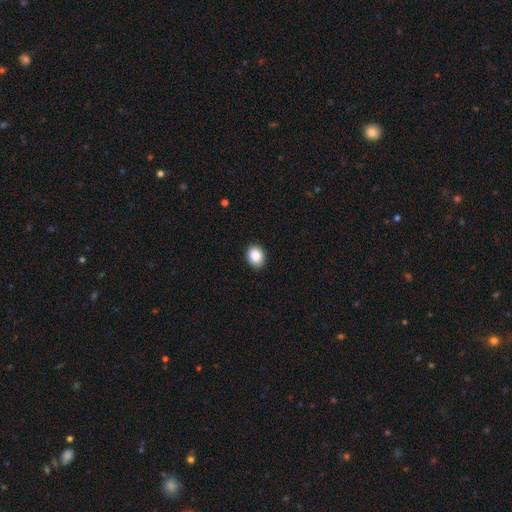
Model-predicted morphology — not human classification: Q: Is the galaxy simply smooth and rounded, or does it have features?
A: smooth — 88%.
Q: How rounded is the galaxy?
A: in between — 56%.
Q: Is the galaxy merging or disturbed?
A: none — 89%.